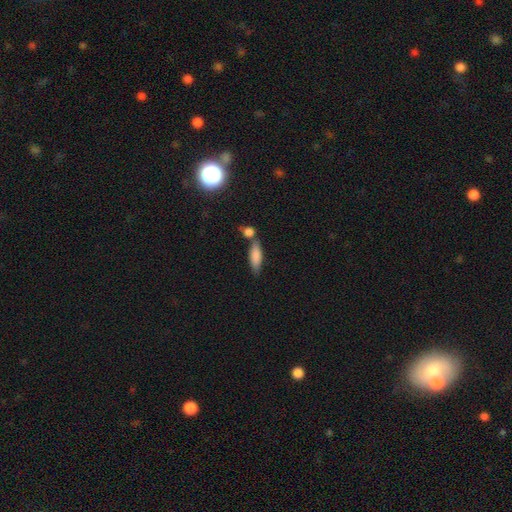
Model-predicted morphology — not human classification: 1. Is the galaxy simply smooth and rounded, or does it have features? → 80% smooth, 13% featured or disk, 7% star or artifact.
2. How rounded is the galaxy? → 56% in between, 41% cigar-shaped, 3% round.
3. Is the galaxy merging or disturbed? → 55% none, 25% merger, 16% minor disturbance, 5% major disturbance.